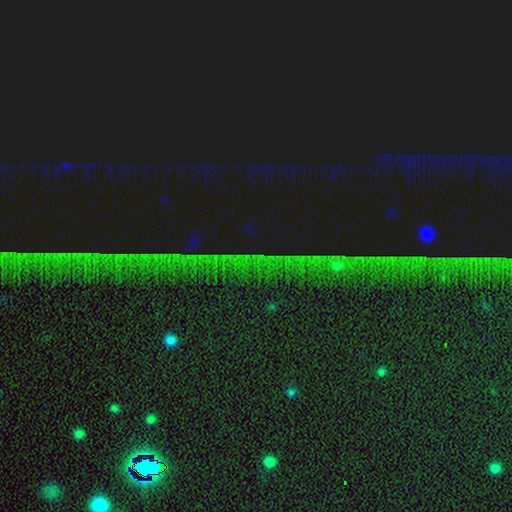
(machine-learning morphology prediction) smooth_or_featured: star or artifact (p=0.79) [alt: smooth p=0.10]